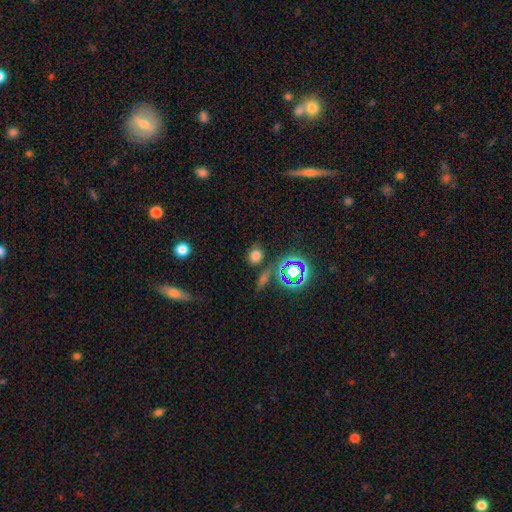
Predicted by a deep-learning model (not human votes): This is likely a smooth galaxy (71%). How rounded: likely round (67%). Merging: likely none (78%).